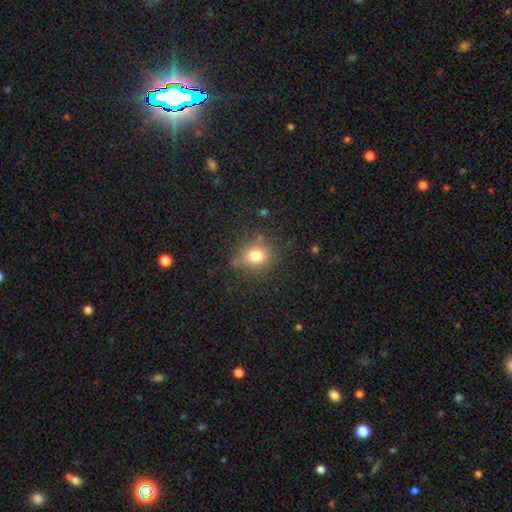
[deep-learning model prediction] smooth 77%, star or artifact 13%, featured or disk 9%. Down the decision tree: how rounded — round (68%); merging — none (77%).